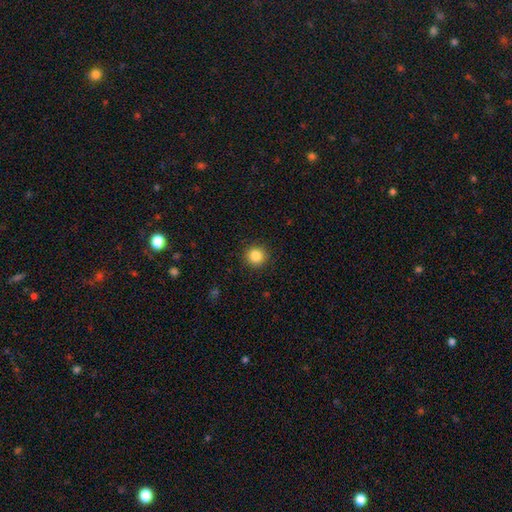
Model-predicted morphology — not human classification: Overall: smooth (85%). How rounded: round (94%). Merging: none (91%).